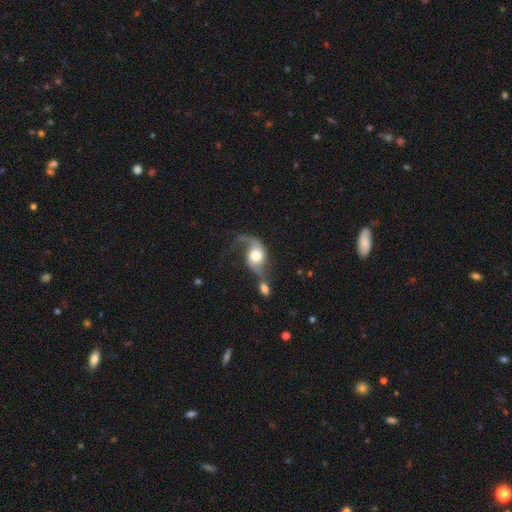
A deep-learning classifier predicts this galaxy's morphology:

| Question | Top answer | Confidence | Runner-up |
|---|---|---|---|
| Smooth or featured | featured or disk | 71% | smooth (22%) |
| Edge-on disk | no | 95% | yes (5%) |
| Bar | no | 68% | weak (25%) |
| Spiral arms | yes | 90% | no (10%) |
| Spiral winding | loose | 81% | medium (15%) |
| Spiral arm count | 2 | 73% | 1 (22%) |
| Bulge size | moderate | 50% | large (34%) |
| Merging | merger | 37% | none (27%) |